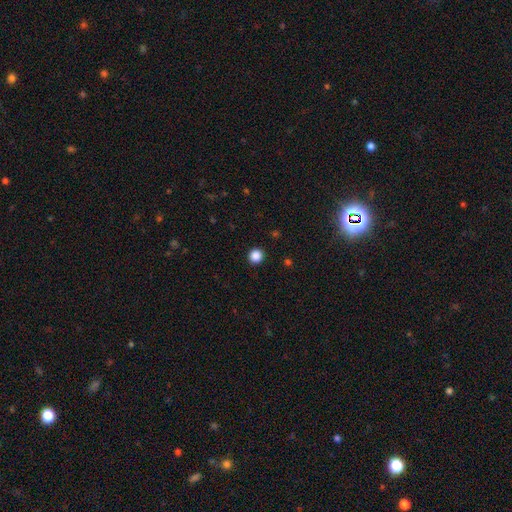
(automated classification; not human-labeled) Smooth or featured? Predicted: smooth (p=0.87). How rounded? Predicted: round (p=0.93). Merging? Predicted: none (p=0.93).